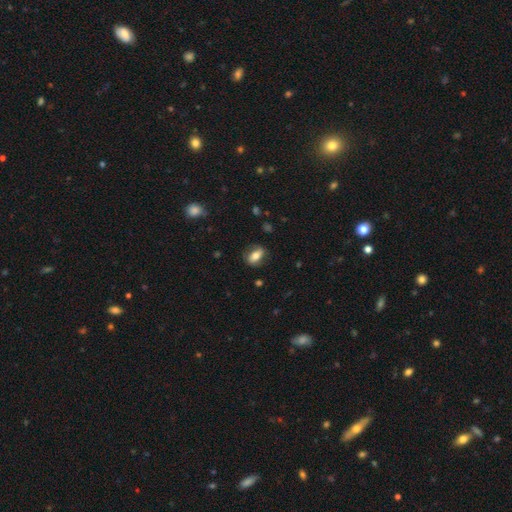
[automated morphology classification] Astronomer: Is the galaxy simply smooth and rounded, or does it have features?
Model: smooth — 68%.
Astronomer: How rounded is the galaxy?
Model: in between — 82%.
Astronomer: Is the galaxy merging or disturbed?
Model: none — 75%.